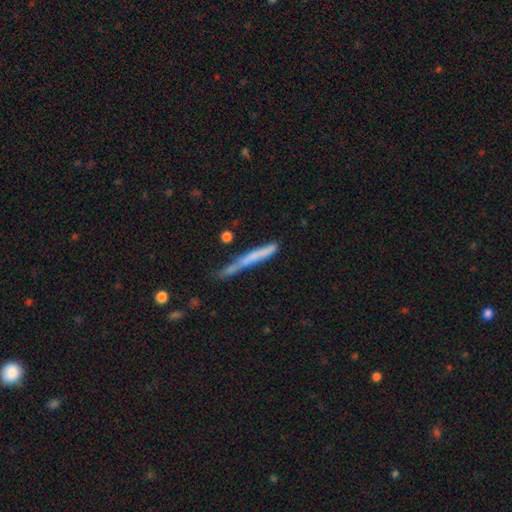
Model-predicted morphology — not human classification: Q: Smooth or featured?
A: smooth (59%); runner-up: featured or disk (33%)
Q: How rounded?
A: cigar-shaped (95%); runner-up: in between (3%)
Q: Merging?
A: none (53%); runner-up: minor disturbance (26%)